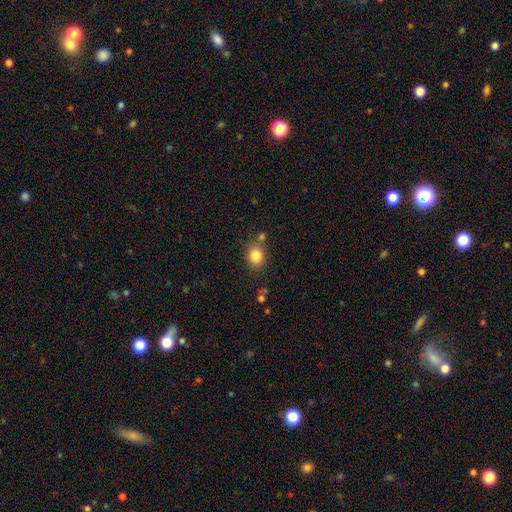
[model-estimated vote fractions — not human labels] Morphology: type=smooth (83%); roundness=round (55%); merging=none (73%).